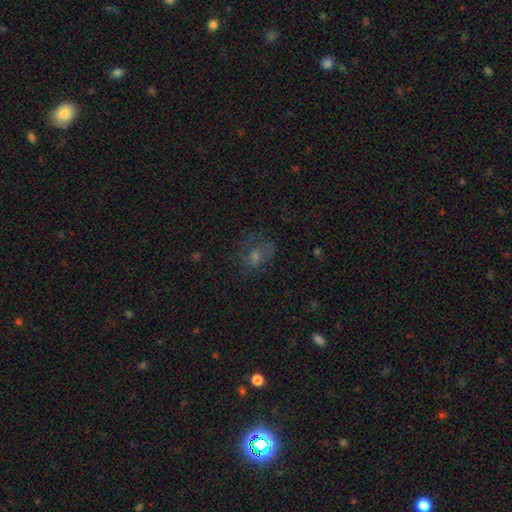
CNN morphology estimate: Smooth or featured: smooth — 52% (featured or disk — 26%)
How rounded: in between — 53% (round — 46%)
Merging: none — 49% (major disturbance — 25%)